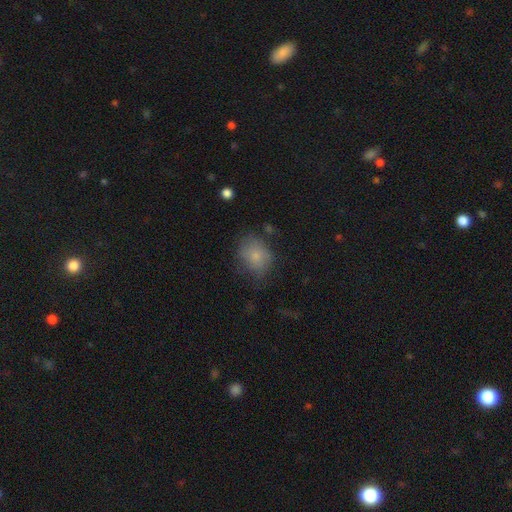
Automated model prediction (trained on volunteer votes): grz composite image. It shows a smooth galaxy with no disk features (77%) that is round (56%). Merging: none (60%).